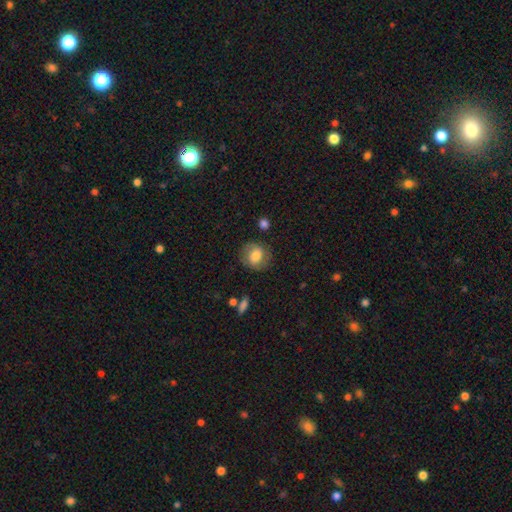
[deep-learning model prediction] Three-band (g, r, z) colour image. It shows a smooth galaxy with no disk features (65%) that is round (75%). Merging: none (78%).